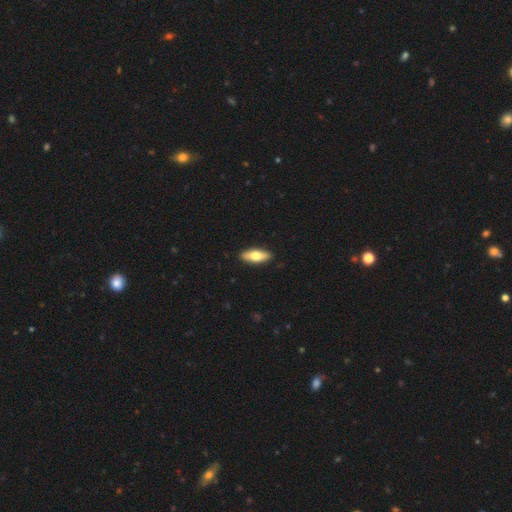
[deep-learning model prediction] smooth_or_featured: smooth (p=0.63) [alt: featured or disk p=0.32]
how_rounded: in between (p=0.65) [alt: cigar-shaped p=0.32]
merging: none (p=0.91) [alt: minor disturbance p=0.07]